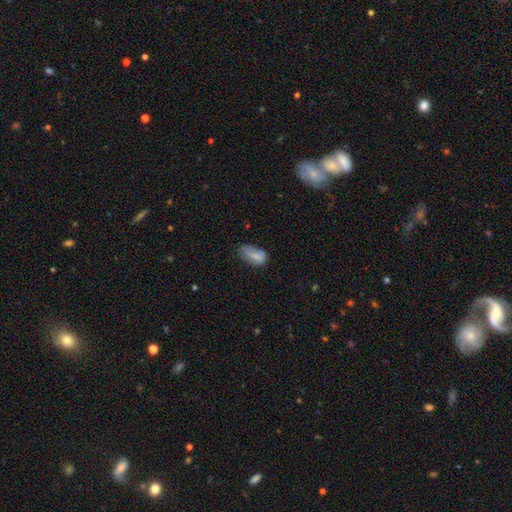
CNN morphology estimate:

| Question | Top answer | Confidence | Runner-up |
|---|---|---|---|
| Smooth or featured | smooth | 77% | featured or disk (14%) |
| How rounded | in between | 91% | round (6%) |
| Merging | minor disturbance | 40% | none (37%) |